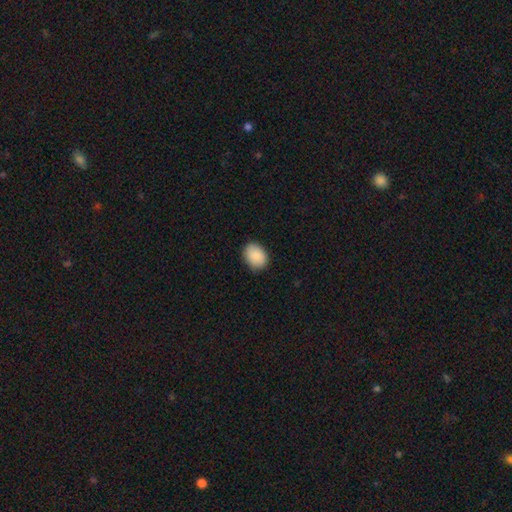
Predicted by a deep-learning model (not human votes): Q: Smooth or featured?
A: smooth (90%); runner-up: star or artifact (7%)
Q: How rounded?
A: in between (63%); runner-up: round (36%)
Q: Merging?
A: none (86%); runner-up: minor disturbance (11%)